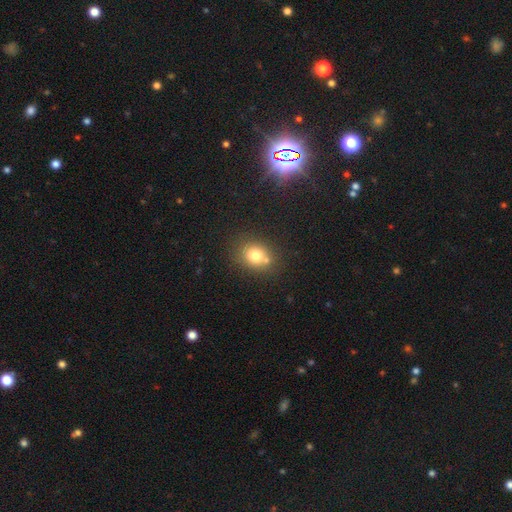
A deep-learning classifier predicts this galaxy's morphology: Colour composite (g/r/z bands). It shows a smooth galaxy with no disk features (77%) that is round (61%). Merging: none (62%).